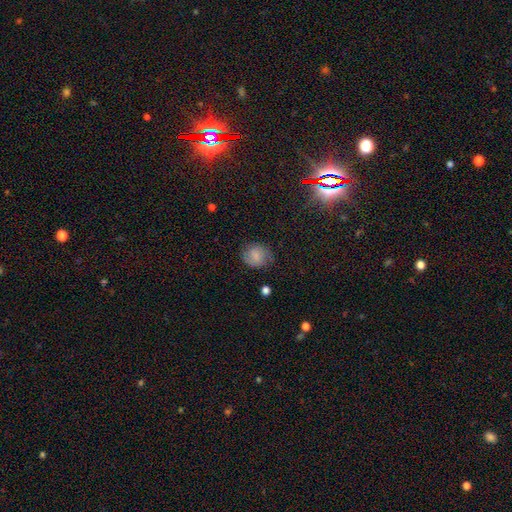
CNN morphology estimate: Overall: smooth (69%). How rounded: round (73%). Merging: none (75%).